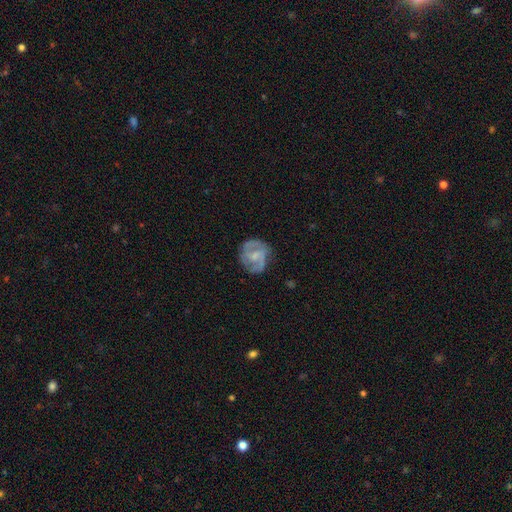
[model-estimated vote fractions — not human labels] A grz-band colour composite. It shows a featured or disk galaxy (67%) with a weak bar (47%), 2 (56%) medium (49%) spiral arms (83%) and a small central bulge (42%). Merging: none (68%).